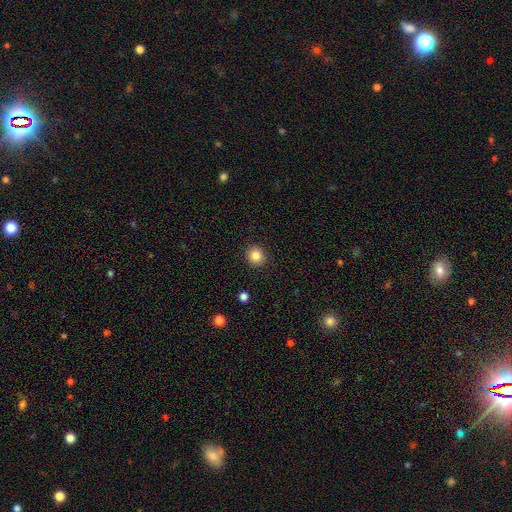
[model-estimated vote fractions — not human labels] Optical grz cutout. It shows a smooth galaxy with no disk features (85%) that is round (90%). Merging: none (92%).